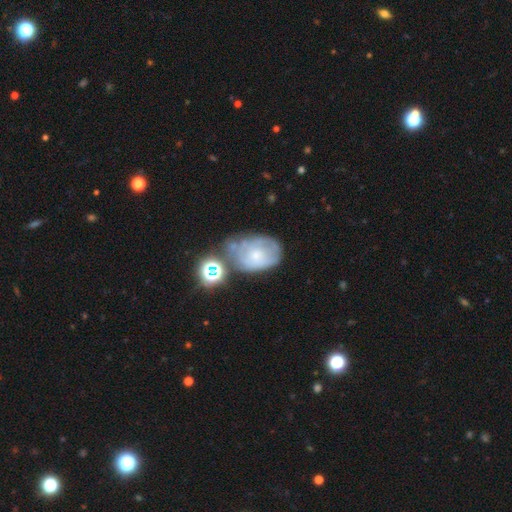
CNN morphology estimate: smooth_or_featured: featured or disk (p=0.49) [alt: smooth p=0.38]
merging: none (p=0.38) [alt: minor disturbance p=0.29]